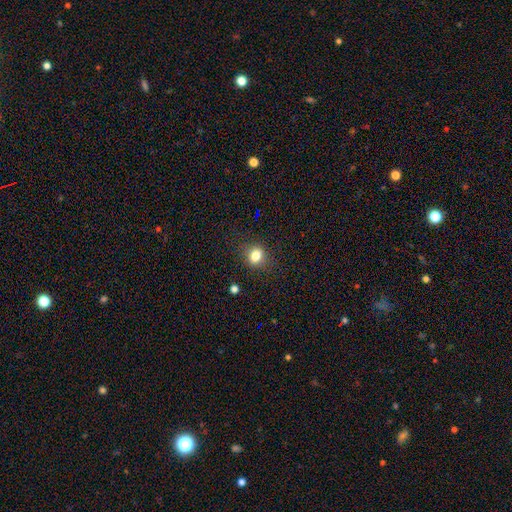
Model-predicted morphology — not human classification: Smooth or featured? smooth (79%)
How rounded? round (60%)
Merging? none (84%)